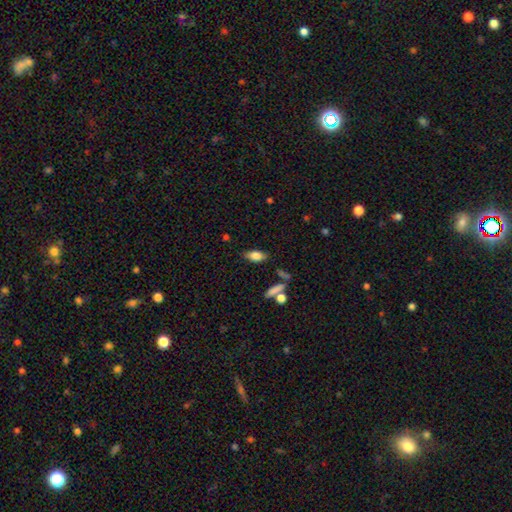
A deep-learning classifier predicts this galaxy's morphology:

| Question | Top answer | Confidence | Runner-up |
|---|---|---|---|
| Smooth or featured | smooth | 76% | featured or disk (15%) |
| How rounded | in between | 82% | cigar-shaped (13%) |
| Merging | none | 80% | minor disturbance (12%) |